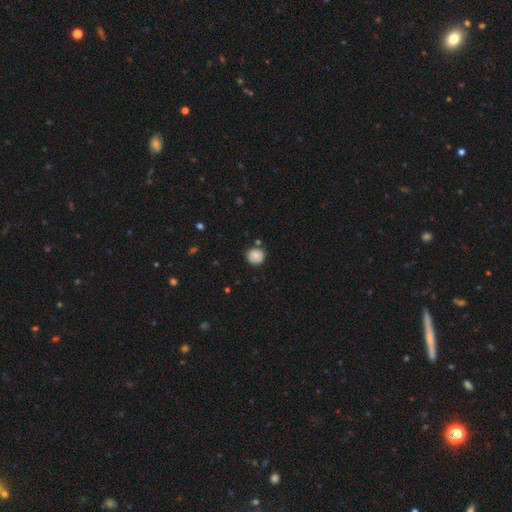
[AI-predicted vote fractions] Smooth or featured? Predicted: smooth (p=0.84). How rounded? Predicted: round (p=0.88). Merging? Predicted: none (p=0.80).